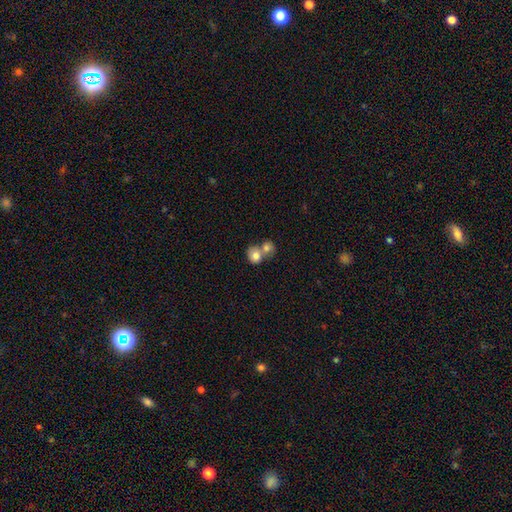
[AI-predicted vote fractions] A smooth galaxy with no disk features (78%) that is round (71%). Merging: merger (65%).